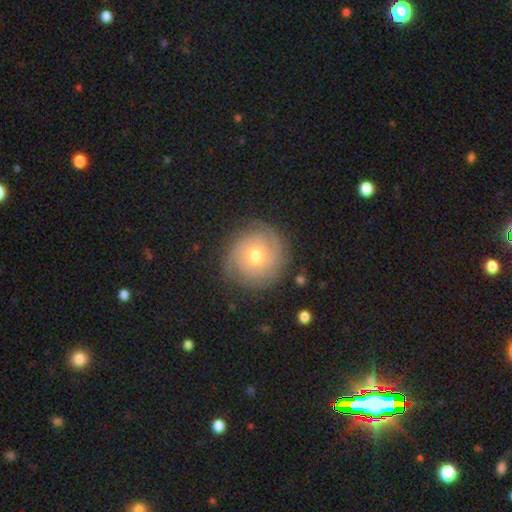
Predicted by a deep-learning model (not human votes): This appears to be a featured or disk galaxy (70%) with no bar (80%), tight (78%) spiral arms (90%) and a moderate central bulge (61%). Merging: none (82%).